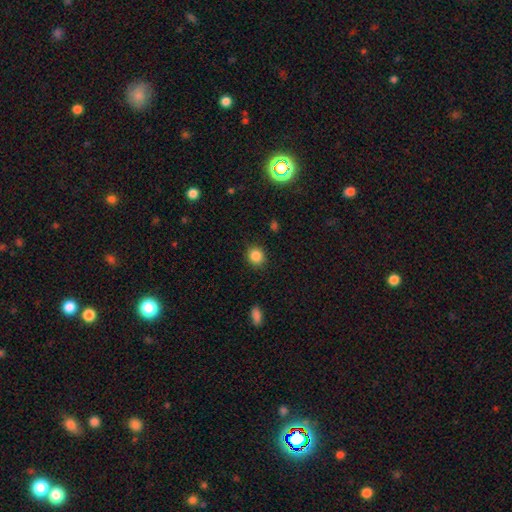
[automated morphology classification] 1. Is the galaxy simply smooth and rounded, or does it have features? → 86% smooth, 10% star or artifact, 4% featured or disk.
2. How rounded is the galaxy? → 80% round, 19% in between, 1% cigar-shaped.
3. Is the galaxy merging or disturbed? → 88% none, 8% minor disturbance, 2% major disturbance, 1% merger.